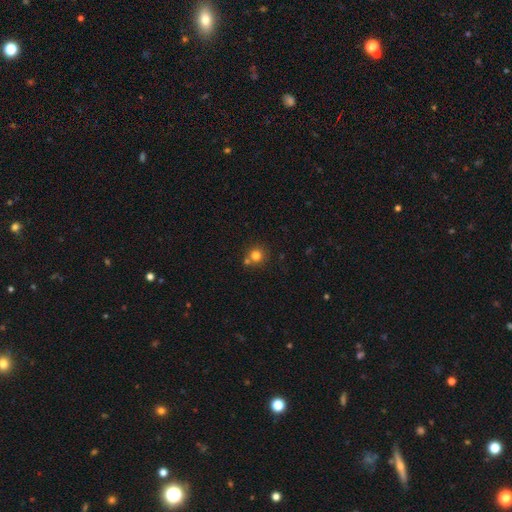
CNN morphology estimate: A smooth galaxy with no disk features (79%) that is round (91%). Merging: none (64%).